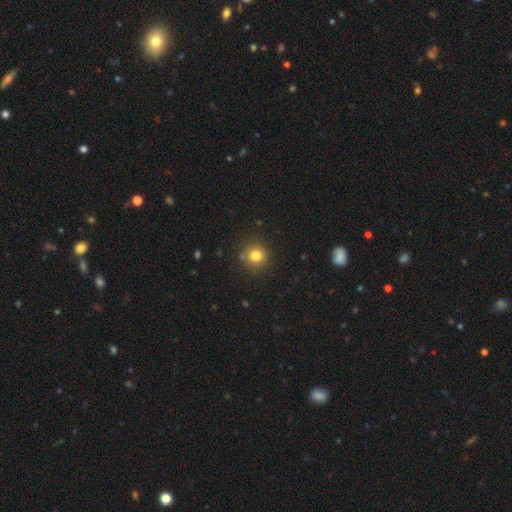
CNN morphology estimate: Smooth or featured? smooth (79%)
How rounded? round (91%)
Merging? none (85%)